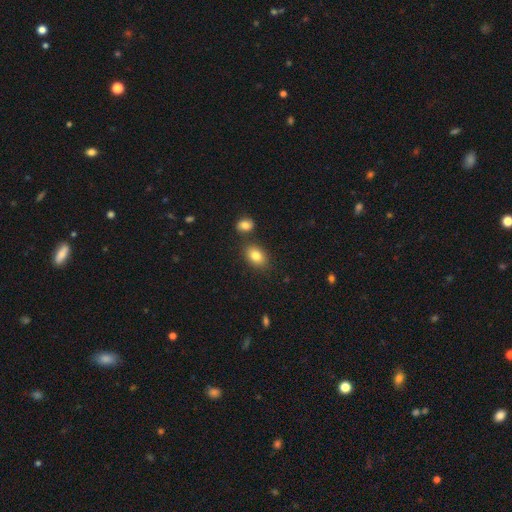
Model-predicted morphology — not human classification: A smooth galaxy with no disk features (82%) that is in between round and cigar-shaped (80%). Merging: none (77%).